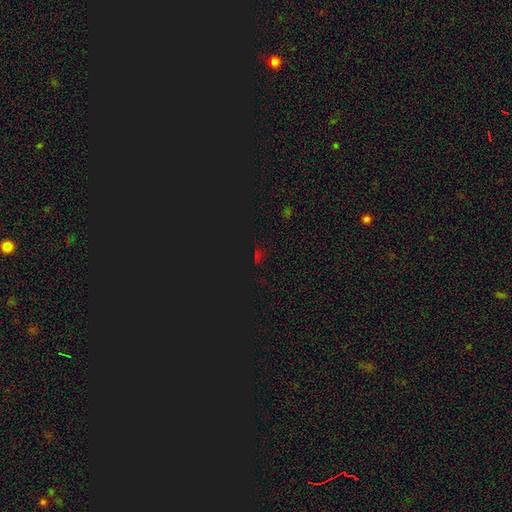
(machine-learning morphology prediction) Smooth or featured? Predicted: star or artifact (p=0.76).